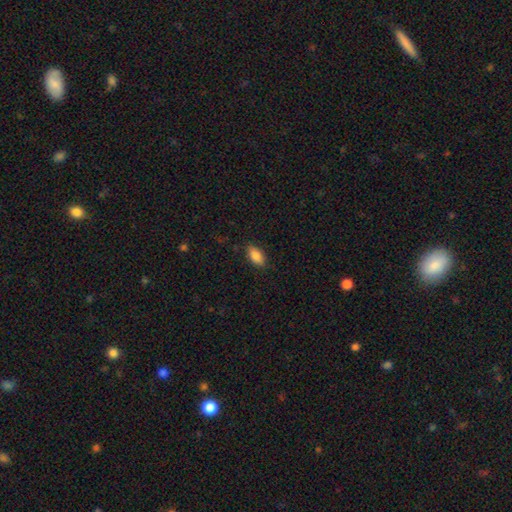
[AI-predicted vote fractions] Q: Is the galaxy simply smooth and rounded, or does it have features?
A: smooth — 85%.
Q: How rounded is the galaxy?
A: in between — 90%.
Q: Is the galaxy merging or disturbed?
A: none — 85%.